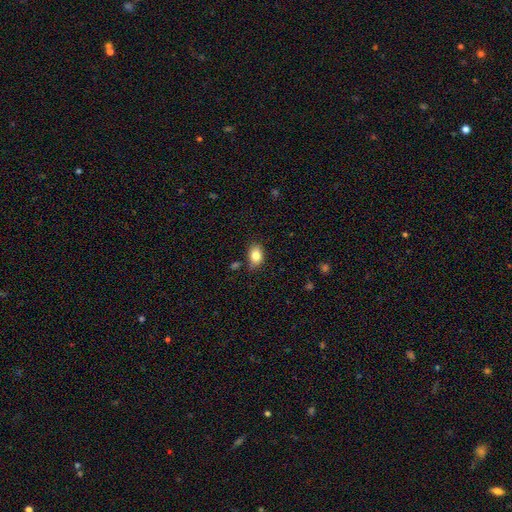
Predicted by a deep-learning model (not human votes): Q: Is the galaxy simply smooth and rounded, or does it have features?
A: smooth — 83%.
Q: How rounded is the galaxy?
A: in between — 76%.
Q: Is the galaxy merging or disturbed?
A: none — 77%.